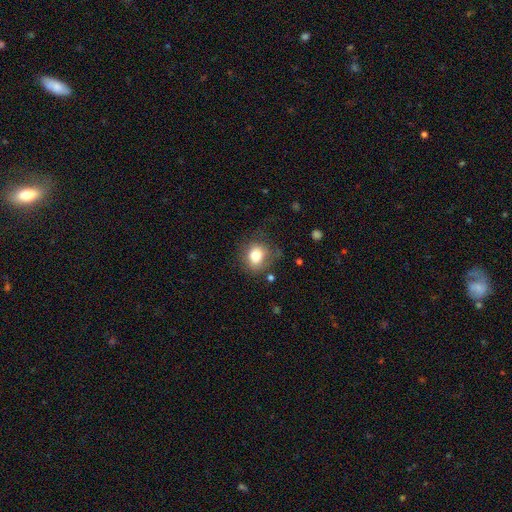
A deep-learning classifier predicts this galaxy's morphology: Smooth or featured?
  - smooth: 79% *
  - featured or disk: 11%
  - star or artifact: 10%
How rounded?
  - round: 64% *
  - in between: 35%
  - cigar-shaped: 1%
Merging?
  - none: 66% *
  - minor disturbance: 21%
  - major disturbance: 10%
  - merger: 3%